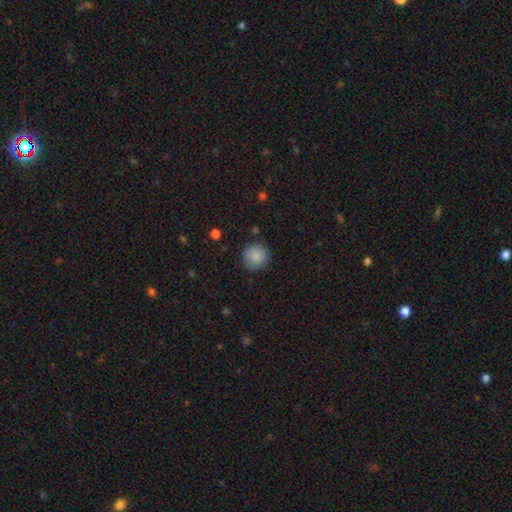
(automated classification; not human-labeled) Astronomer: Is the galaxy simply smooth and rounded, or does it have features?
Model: smooth — 87%.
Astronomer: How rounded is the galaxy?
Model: round — 94%.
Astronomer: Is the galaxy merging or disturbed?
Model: none — 87%.